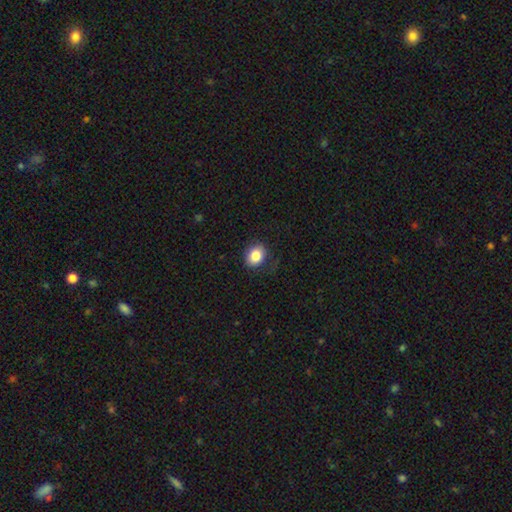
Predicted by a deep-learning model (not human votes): smooth-or-featured: smooth: 84% | star or artifact: 9% | featured or disk: 7%
  how-rounded: round: 51% | in between: 48% | cigar-shaped: 1%
  merging: none: 80% | minor disturbance: 14% | major disturbance: 5% | merger: 1%